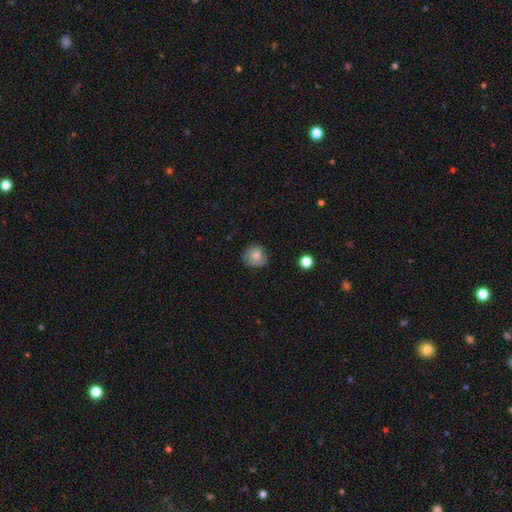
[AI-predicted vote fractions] Smooth or featured? Predicted: smooth (p=0.79). How rounded? Predicted: round (p=0.86). Merging? Predicted: none (p=0.74).